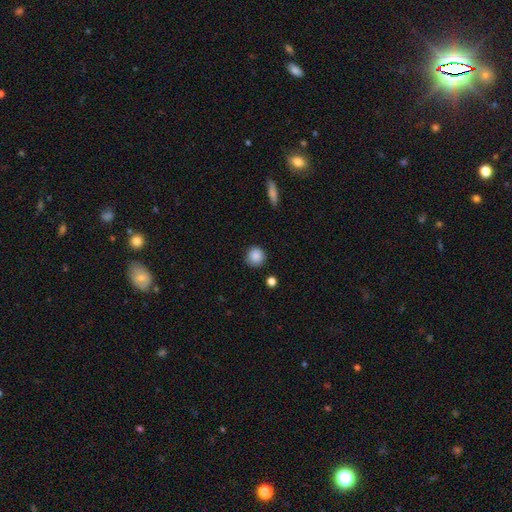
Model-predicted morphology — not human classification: Q: Smooth or featured?
A: smooth (88%); runner-up: star or artifact (8%)
Q: How rounded?
A: round (92%); runner-up: in between (7%)
Q: Merging?
A: none (87%); runner-up: minor disturbance (9%)